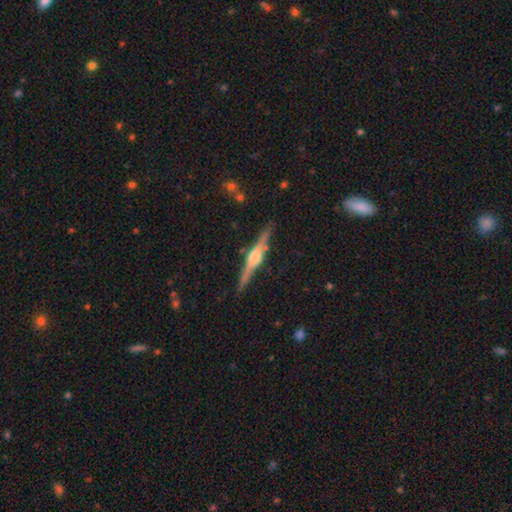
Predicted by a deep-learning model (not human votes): A featured or disk galaxy (84%) viewed edge-on (98%) with a rounded central bulge (87%). Merging: none (90%).